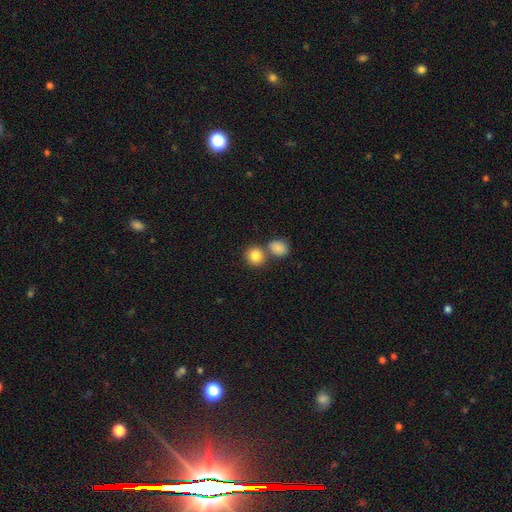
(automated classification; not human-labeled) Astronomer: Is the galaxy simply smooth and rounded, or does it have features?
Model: smooth — 84%.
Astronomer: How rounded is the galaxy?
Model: round — 82%.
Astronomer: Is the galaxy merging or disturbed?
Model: none — 56% (runner-up: merger, 33%).